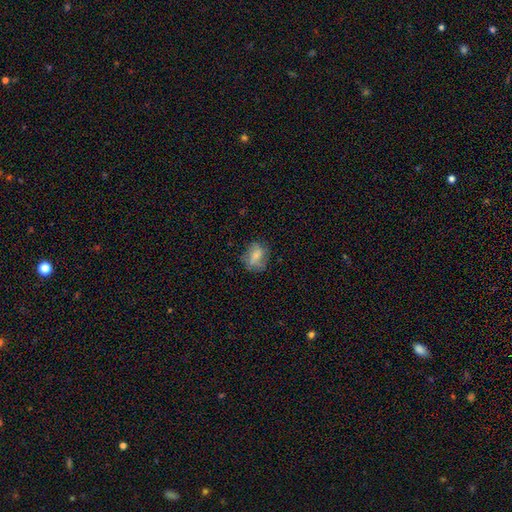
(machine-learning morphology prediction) Smooth or featured: smooth — 62% (featured or disk — 28%)
How rounded: in between — 61% (round — 36%)
Merging: none — 61% (minor disturbance — 24%)